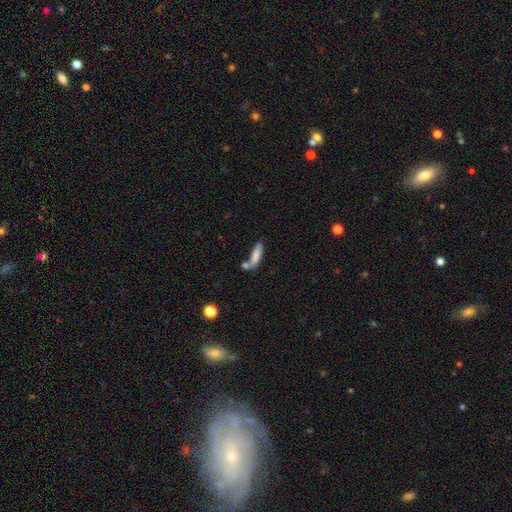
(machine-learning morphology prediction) The model was most divided on "merging": none: 49%, merger: 28%, minor disturbance: 16%, major disturbance: 6%. More confident: smooth or featured — smooth (79%); how rounded — cigar-shaped (67%).